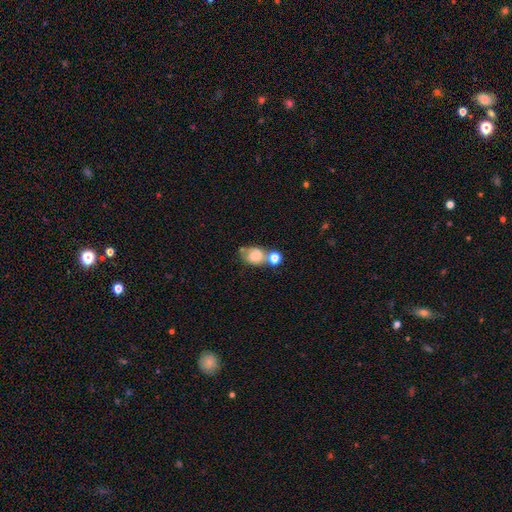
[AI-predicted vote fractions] smooth 72%, featured or disk 17%, star or artifact 11%. Down the decision tree: how rounded — round (51%); merging — merger (39%).